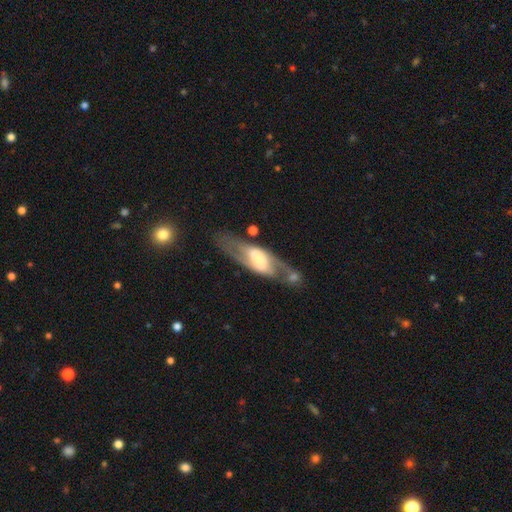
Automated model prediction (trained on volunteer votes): Smooth or featured? Predicted: featured or disk (p=0.76). Edge-on disk? Predicted: no (p=0.70). Bar? Predicted: weak (p=0.38). Spiral arms? Predicted: yes (p=0.77). Bulge size? Predicted: moderate (p=0.33). Merging? Predicted: none (p=0.63).